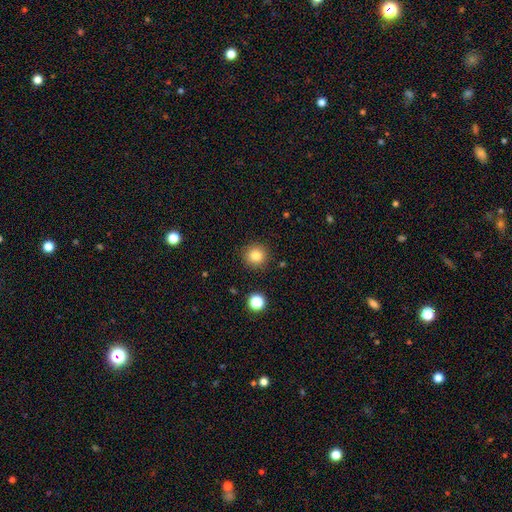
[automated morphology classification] smooth_or_featured: smooth (p=0.82) [alt: star or artifact p=0.11]
how_rounded: round (p=0.93) [alt: in between p=0.06]
merging: none (p=0.90) [alt: minor disturbance p=0.06]